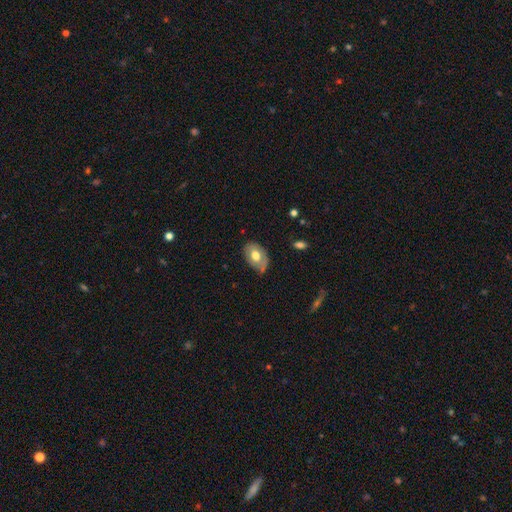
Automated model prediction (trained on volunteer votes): Smooth or featured? Predicted: smooth (p=0.61). How rounded? Predicted: in between (p=0.82). Merging? Predicted: none (p=0.61).